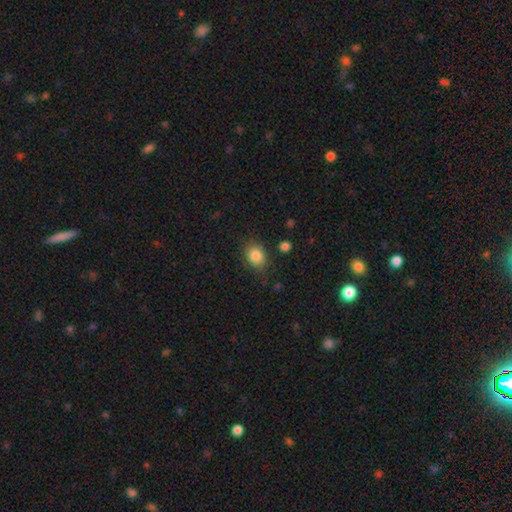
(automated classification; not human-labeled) Smooth or featured? Predicted: smooth (p=0.85). How rounded? Predicted: round (p=0.53). Merging? Predicted: none (p=0.81).